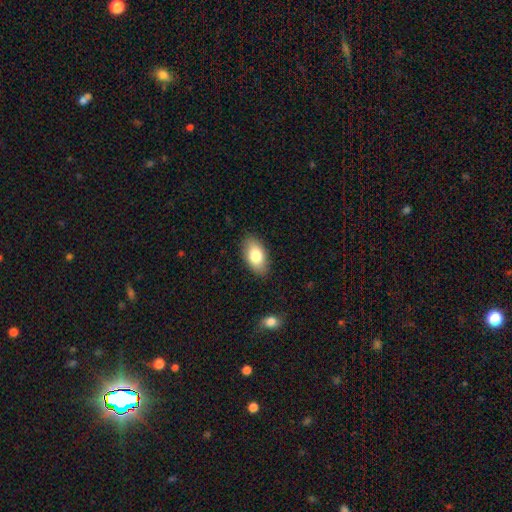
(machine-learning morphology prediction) Smooth or featured: smooth — 79% (featured or disk — 14%)
How rounded: in between — 92% (round — 5%)
Merging: none — 87% (minor disturbance — 10%)